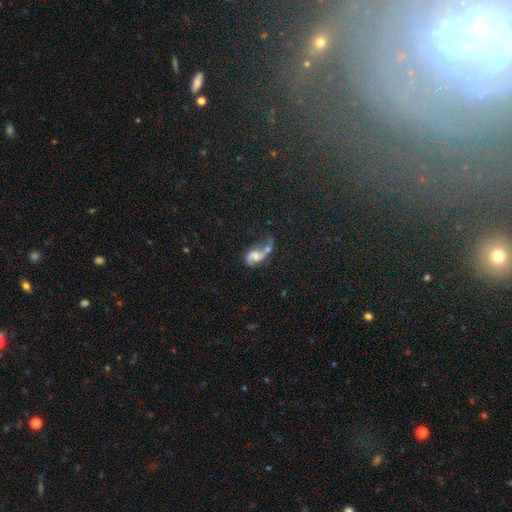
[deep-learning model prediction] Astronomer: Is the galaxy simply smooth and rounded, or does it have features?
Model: featured or disk — 60%.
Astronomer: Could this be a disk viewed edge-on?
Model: no — 97%.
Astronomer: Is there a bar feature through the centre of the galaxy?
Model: no — 55% (runner-up: weak, 35%).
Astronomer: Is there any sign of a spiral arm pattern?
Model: yes — 81%.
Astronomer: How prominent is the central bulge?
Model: moderate — 29% (runner-up: none, 25%).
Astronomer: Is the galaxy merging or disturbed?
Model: merger — 36% (runner-up: major disturbance, 25%).